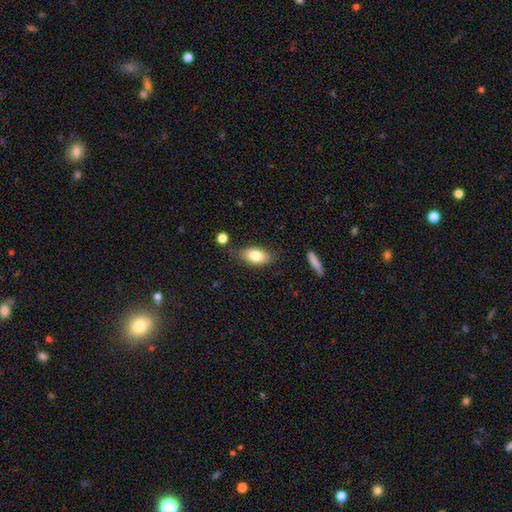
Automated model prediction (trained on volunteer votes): smooth_or_featured: smooth (p=0.79) [alt: featured or disk p=0.14]
how_rounded: in between (p=0.87) [alt: cigar-shaped p=0.08]
merging: none (p=0.78) [alt: minor disturbance p=0.15]